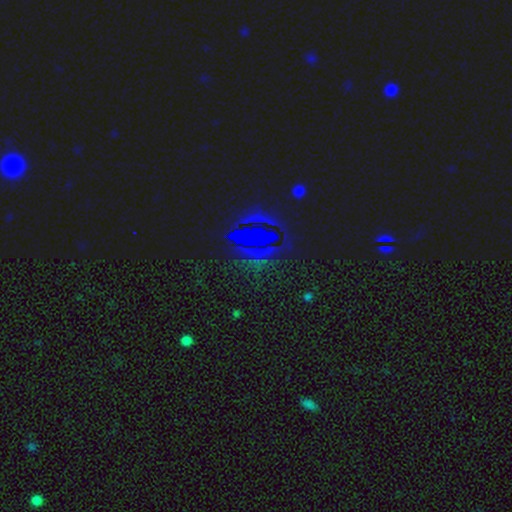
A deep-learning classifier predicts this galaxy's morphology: Q: Smooth or featured?
A: star or artifact (83%); runner-up: smooth (10%)